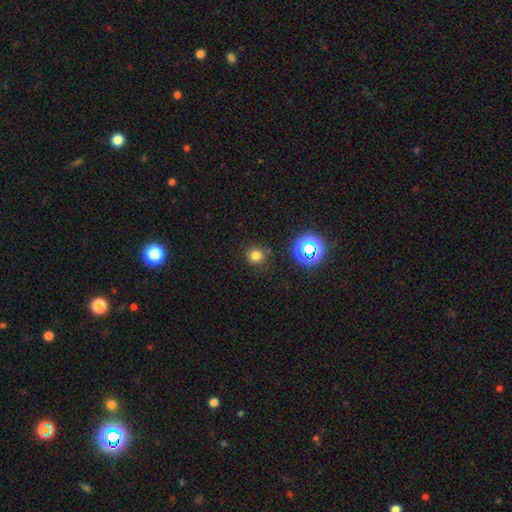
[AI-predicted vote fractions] Smooth or featured: smooth — 74% (star or artifact — 20%)
How rounded: round — 92% (in between — 7%)
Merging: none — 84% (minor disturbance — 9%)